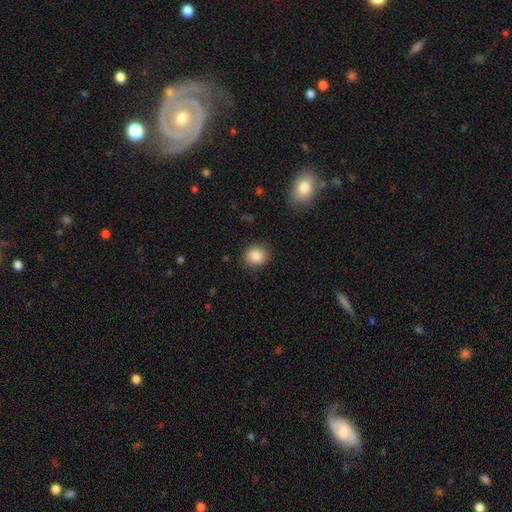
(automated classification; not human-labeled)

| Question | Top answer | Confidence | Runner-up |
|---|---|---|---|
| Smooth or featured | smooth | 86% | star or artifact (9%) |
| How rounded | round | 73% | in between (26%) |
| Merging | none | 87% | minor disturbance (9%) |